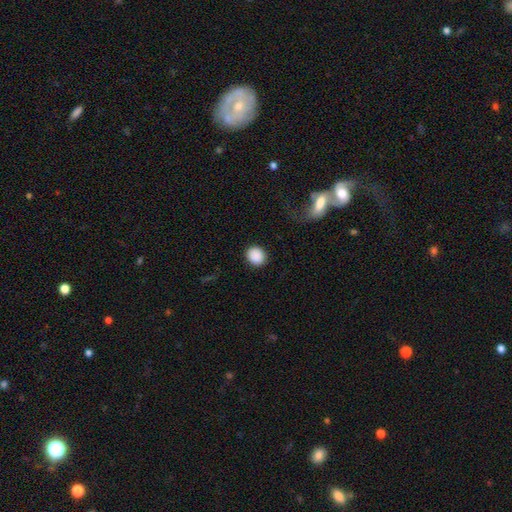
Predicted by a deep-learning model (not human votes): A smooth galaxy with no disk features (89%) that is round (75%).

Vote fractions:
- Smooth or featured? smooth: 89% / star or artifact: 8% / featured or disk: 3%
- How rounded? round: 75% / in between: 24% / cigar-shaped: 1%
- Merging? none: 88% / minor disturbance: 8% / major disturbance: 3% / merger: 1%